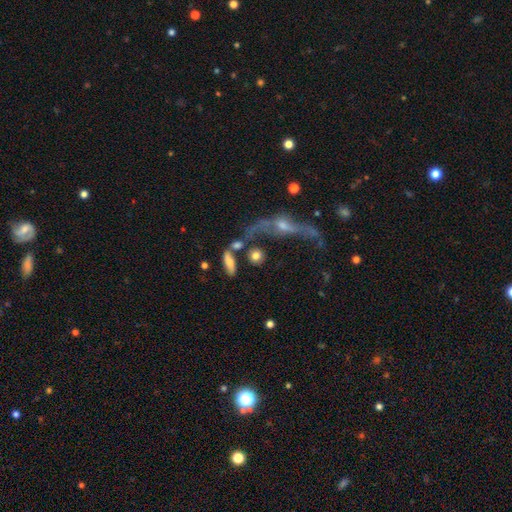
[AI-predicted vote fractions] This is likely a smooth galaxy (70%). How rounded: possibly round (51%). Merging: possibly none (48%).